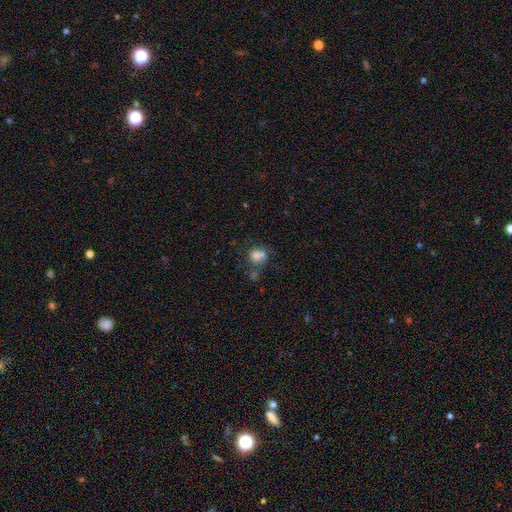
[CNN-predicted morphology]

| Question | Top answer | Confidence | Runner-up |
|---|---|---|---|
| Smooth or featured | smooth | 70% | featured or disk (16%) |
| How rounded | round | 73% | in between (26%) |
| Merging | merger | 51% | none (32%) |